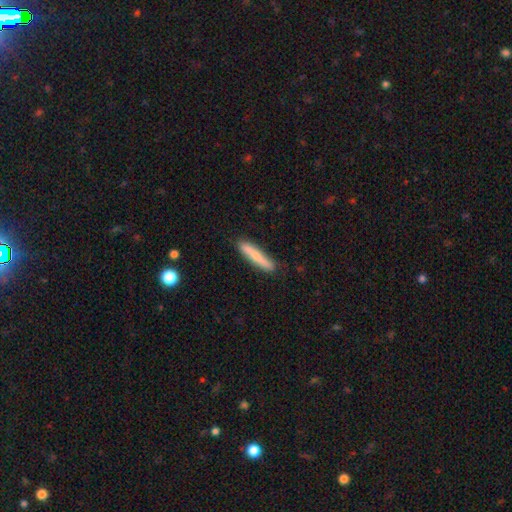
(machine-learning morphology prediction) A smooth galaxy with no disk features (72%) that is cigar-shaped (92%). Merging: none (85%).